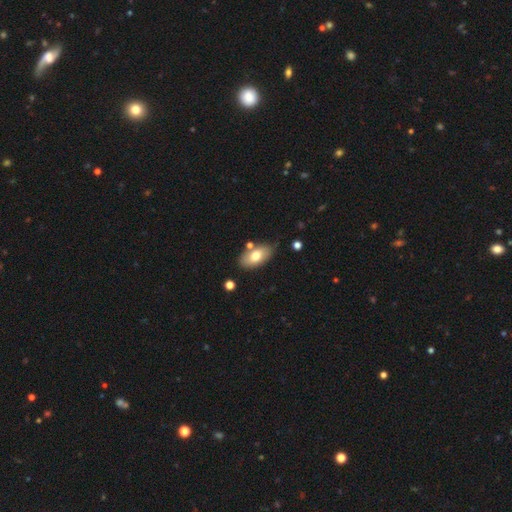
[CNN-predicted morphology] Q: Smooth or featured?
A: smooth (73%); runner-up: featured or disk (20%)
Q: How rounded?
A: in between (92%); runner-up: round (4%)
Q: Merging?
A: none (73%); runner-up: minor disturbance (15%)